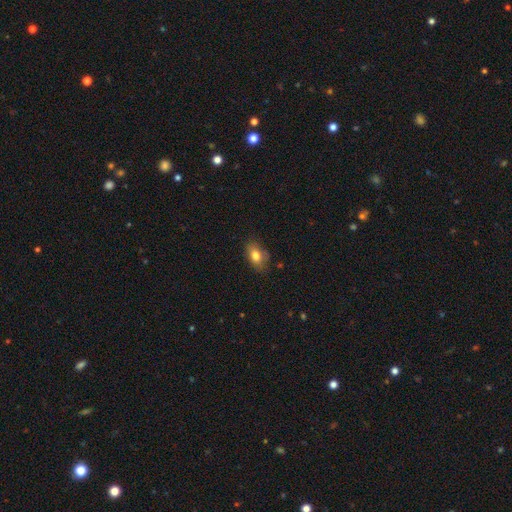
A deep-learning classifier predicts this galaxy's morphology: smooth_or_featured: smooth (p=0.78) [alt: featured or disk p=0.13]
how_rounded: in between (p=0.85) [alt: round p=0.12]
merging: none (p=0.72) [alt: minor disturbance p=0.22]